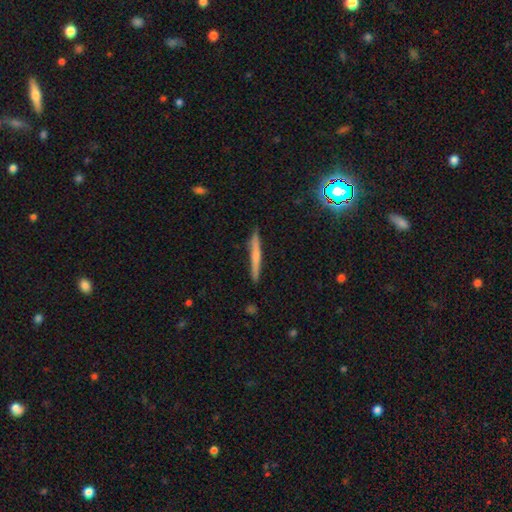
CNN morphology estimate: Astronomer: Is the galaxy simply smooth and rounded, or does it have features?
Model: smooth — 47% (runner-up: featured or disk, 46%).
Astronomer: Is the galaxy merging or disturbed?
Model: none — 89%.